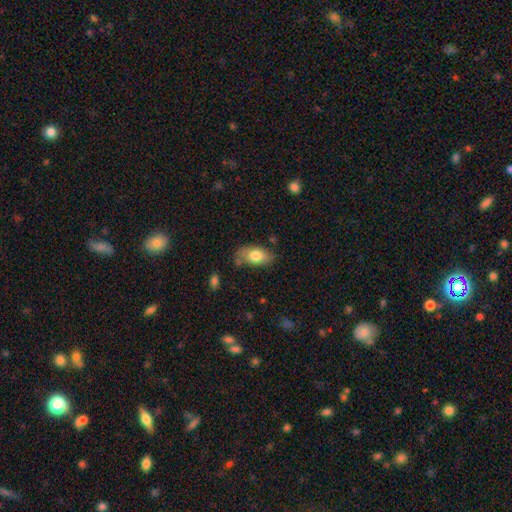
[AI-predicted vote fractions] Smooth or featured? smooth (77%)
How rounded? in between (90%)
Merging? none (62%)